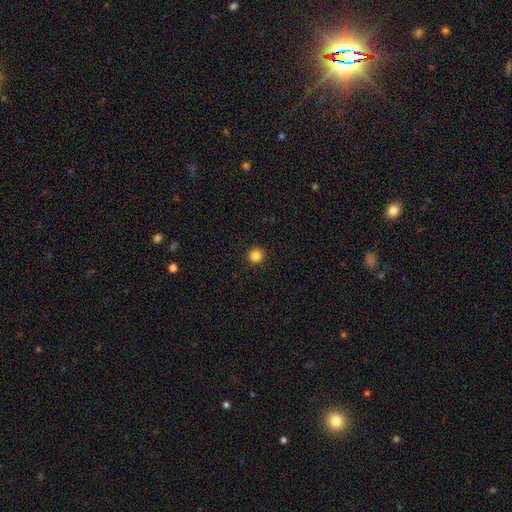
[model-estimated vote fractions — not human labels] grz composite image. It shows a smooth galaxy with no disk features (85%) that is round (96%). Merging: none (93%).